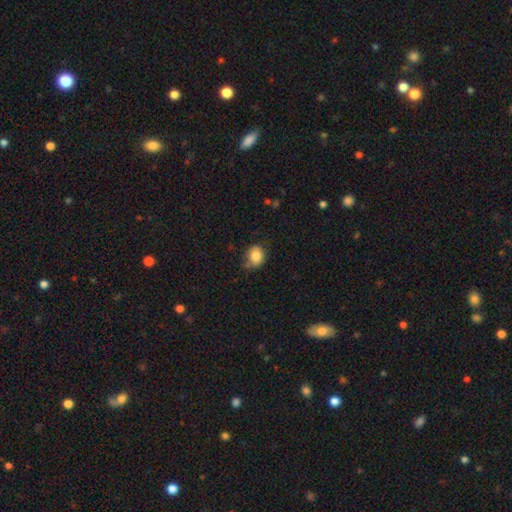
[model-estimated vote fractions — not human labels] Overall: smooth (82%). How rounded: round (52%; in between 47%). Merging: none (60%; minor disturbance 29%).